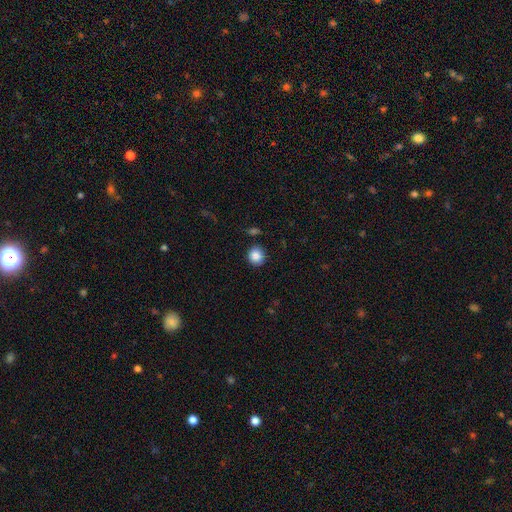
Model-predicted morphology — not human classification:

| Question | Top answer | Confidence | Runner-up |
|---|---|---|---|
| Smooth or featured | smooth | 87% | star or artifact (9%) |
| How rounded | round | 88% | in between (11%) |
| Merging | none | 86% | minor disturbance (9%) |